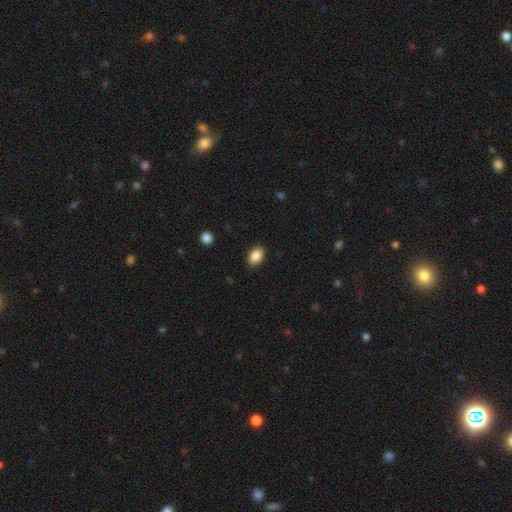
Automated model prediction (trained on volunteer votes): smooth_or_featured: smooth (p=0.87) [alt: star or artifact p=0.08]
how_rounded: in between (p=0.88) [alt: round p=0.11]
merging: none (p=0.88) [alt: minor disturbance p=0.09]